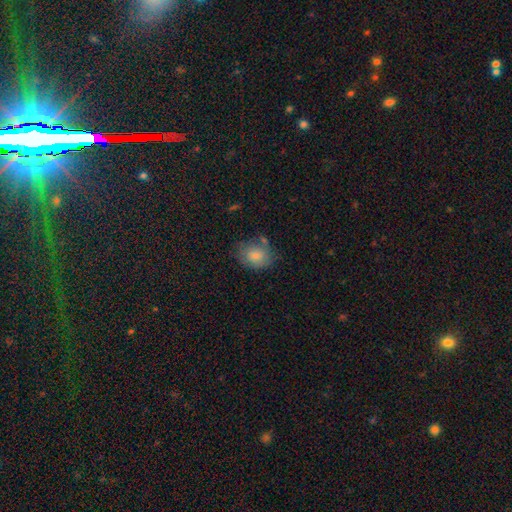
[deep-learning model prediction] Q: Smooth or featured?
A: smooth (79%); runner-up: featured or disk (13%)
Q: How rounded?
A: in between (50%); runner-up: round (48%)
Q: Merging?
A: none (60%); runner-up: minor disturbance (25%)